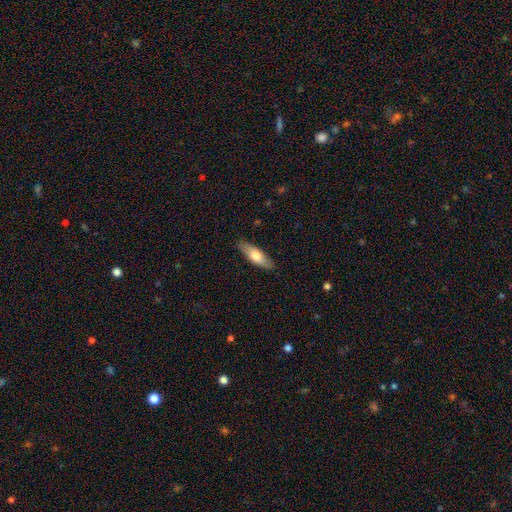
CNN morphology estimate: A smooth galaxy with no disk features (69%) that is in between round and cigar-shaped (50%).

Vote fractions:
- Smooth or featured? smooth: 69% / featured or disk: 25% / star or artifact: 6%
- How rounded? in between: 50% / cigar-shaped: 48% / round: 2%
- Merging? none: 86% / minor disturbance: 10% / major disturbance: 2% / merger: 1%